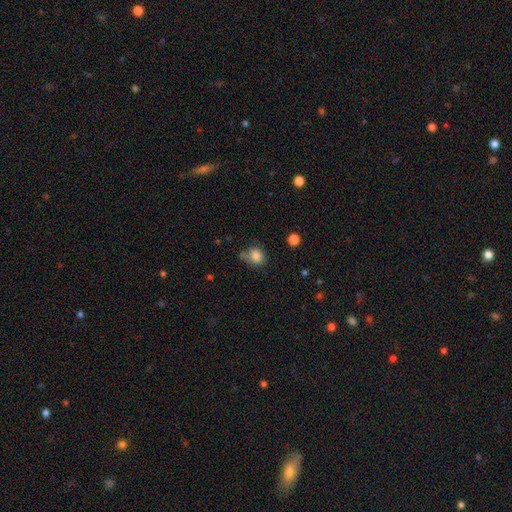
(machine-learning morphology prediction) Overall: smooth (83%). How rounded: round (58%; in between 41%). Merging: none (48%; minor disturbance 30%).